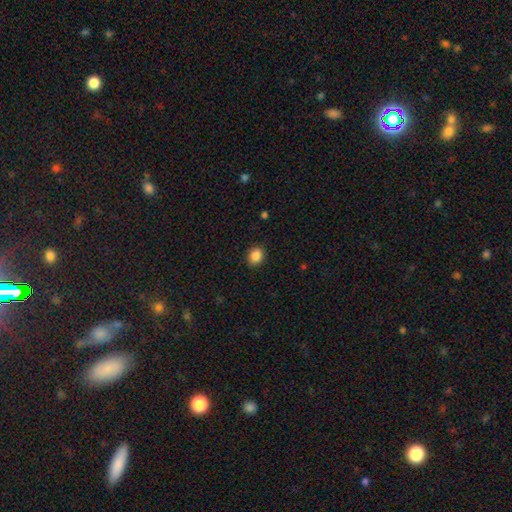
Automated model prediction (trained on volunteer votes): A smooth galaxy with no disk features (87%) that is round (67%). Merging: none (88%).